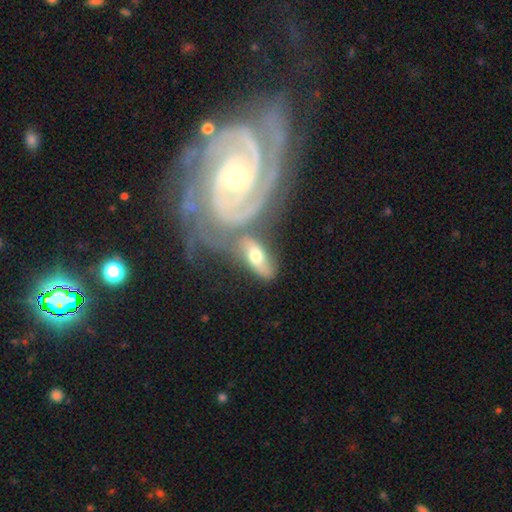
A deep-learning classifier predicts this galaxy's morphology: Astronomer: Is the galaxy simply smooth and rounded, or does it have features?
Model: featured or disk — 49% (runner-up: smooth, 44%).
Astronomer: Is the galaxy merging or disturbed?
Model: none — 41% (runner-up: merger, 32%).